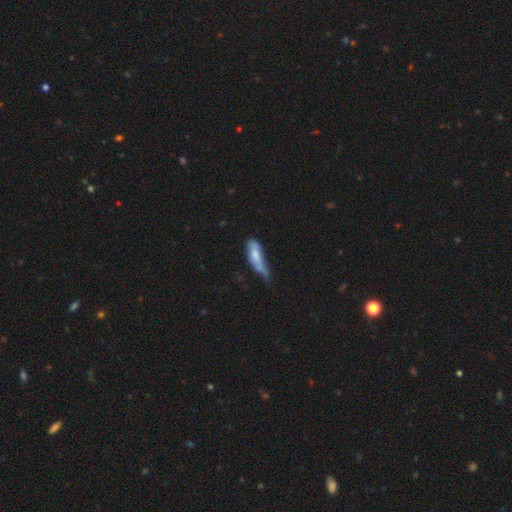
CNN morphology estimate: A smooth galaxy with no disk features (66%) that is in between round and cigar-shaped (51%).

Vote fractions:
- Smooth or featured? smooth: 66% / featured or disk: 27% / star or artifact: 7%
- How rounded? in between: 51% / cigar-shaped: 47% / round: 2%
- Merging? minor disturbance: 42% / major disturbance: 27% / none: 24% / merger: 7%